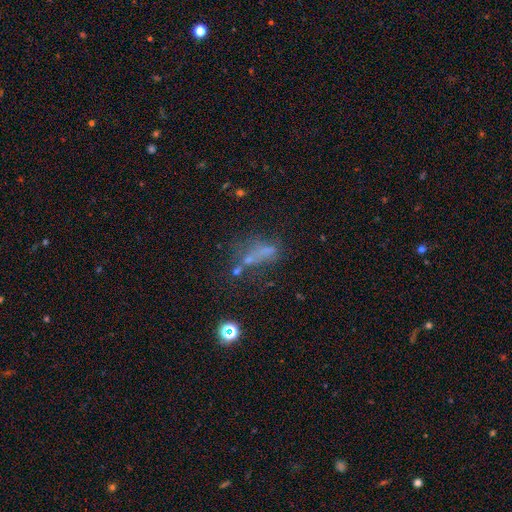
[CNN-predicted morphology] Smooth or featured: smooth — 38% (star or artifact — 32%)
Merging: none — 39% (major disturbance — 26%)